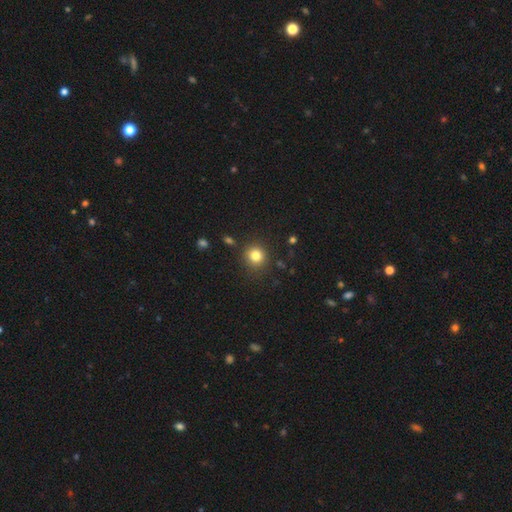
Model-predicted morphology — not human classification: The model was most divided on "smooth or featured": smooth: 81%, star or artifact: 12%, featured or disk: 6%. More confident: how rounded — round (91%); merging — none (86%).